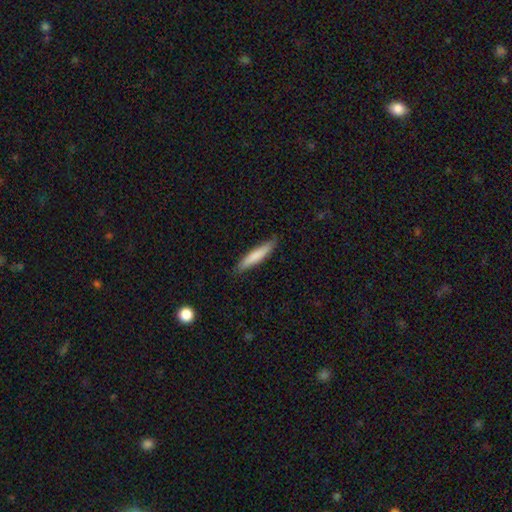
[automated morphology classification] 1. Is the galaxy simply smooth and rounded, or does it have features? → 79% smooth, 16% featured or disk, 5% star or artifact.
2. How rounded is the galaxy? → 89% cigar-shaped, 9% in between, 1% round.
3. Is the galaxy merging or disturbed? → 85% none, 12% minor disturbance, 2% major disturbance, 1% merger.